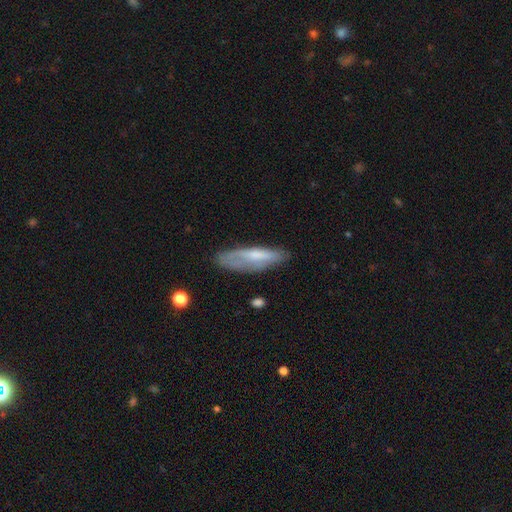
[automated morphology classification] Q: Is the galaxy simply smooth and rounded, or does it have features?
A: smooth — 56%.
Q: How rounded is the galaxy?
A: cigar-shaped — 62%.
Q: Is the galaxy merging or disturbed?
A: none — 61%.